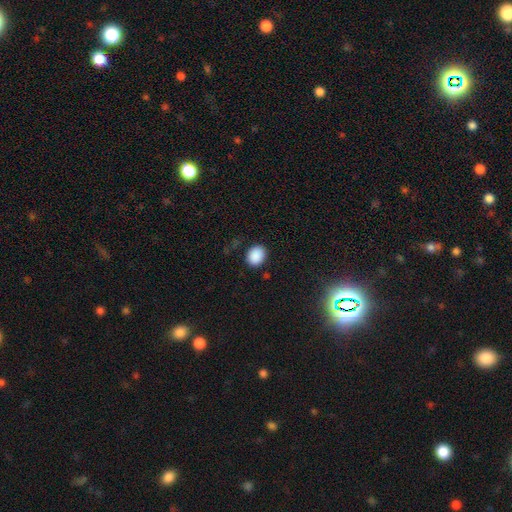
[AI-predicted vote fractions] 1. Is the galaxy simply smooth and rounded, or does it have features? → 88% smooth, 9% star or artifact, 3% featured or disk.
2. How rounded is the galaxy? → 55% in between, 44% round, 1% cigar-shaped.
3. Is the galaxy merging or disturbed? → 85% none, 10% minor disturbance, 3% major disturbance, 1% merger.